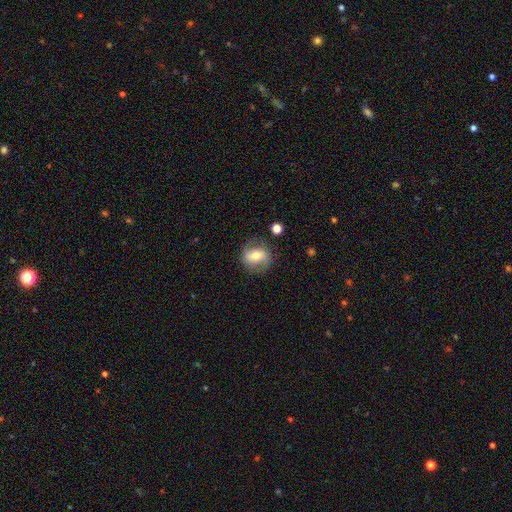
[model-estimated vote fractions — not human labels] Smooth or featured? Predicted: smooth (p=0.50). Merging? Predicted: none (p=0.77).